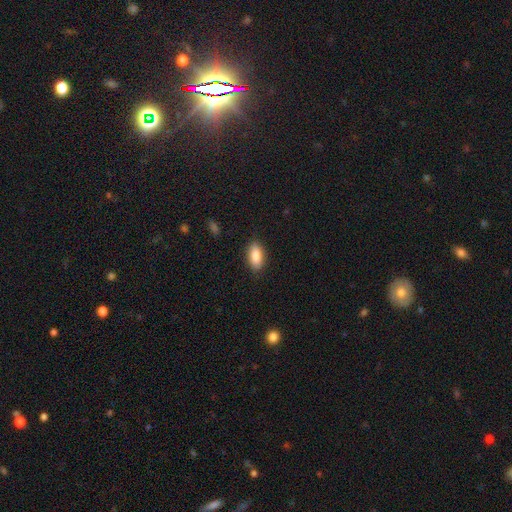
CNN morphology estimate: This is clearly a smooth galaxy (87%). How rounded: clearly in between (89%). Merging: clearly none (88%).